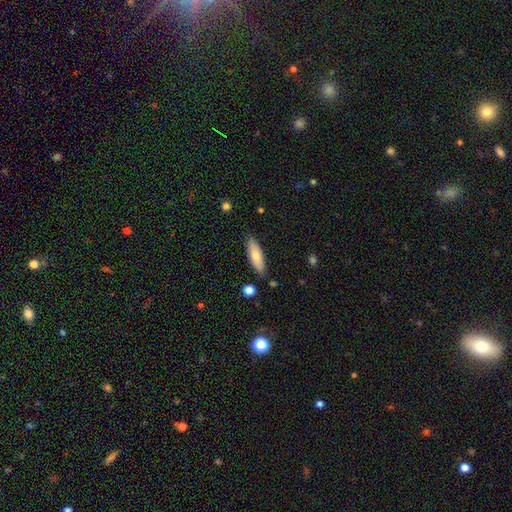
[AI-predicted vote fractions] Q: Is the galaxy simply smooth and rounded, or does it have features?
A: smooth — 69%.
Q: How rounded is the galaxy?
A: cigar-shaped — 54%.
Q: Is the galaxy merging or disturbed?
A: none — 87%.